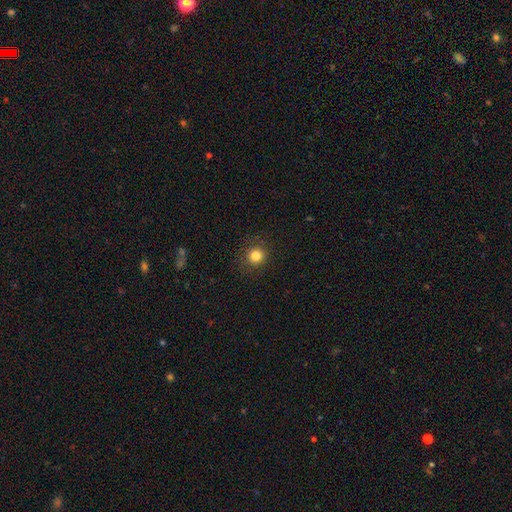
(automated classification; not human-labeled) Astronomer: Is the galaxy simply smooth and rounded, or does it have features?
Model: smooth — 82%.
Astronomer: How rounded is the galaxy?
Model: round — 92%.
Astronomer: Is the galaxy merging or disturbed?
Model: none — 88%.